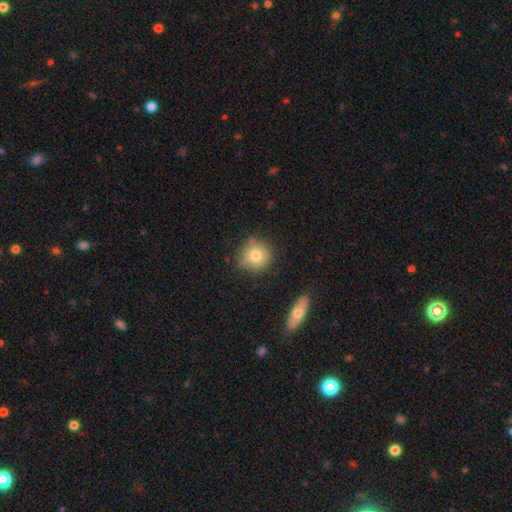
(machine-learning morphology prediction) The model was most divided on "merging": none: 77%, minor disturbance: 16%, merger: 4%, major disturbance: 3%. More confident: how rounded — round (91%); smooth or featured — smooth (78%).